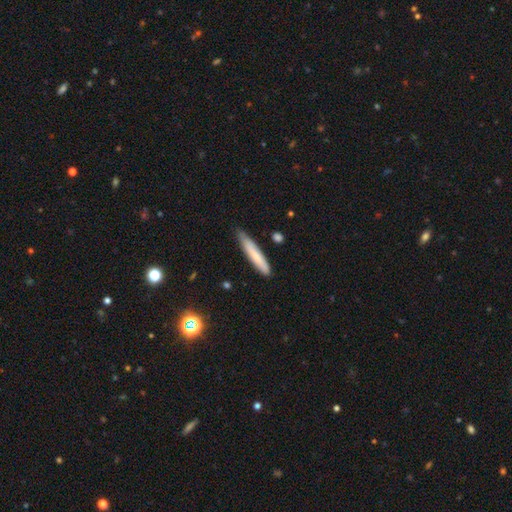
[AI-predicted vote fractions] A smooth galaxy with no disk features (74%) that is cigar-shaped (92%).

Vote fractions:
- Smooth or featured? smooth: 74% / featured or disk: 19% / star or artifact: 6%
- How rounded? cigar-shaped: 92% / in between: 7% / round: 1%
- Merging? none: 77% / minor disturbance: 18% / major disturbance: 2% / merger: 2%